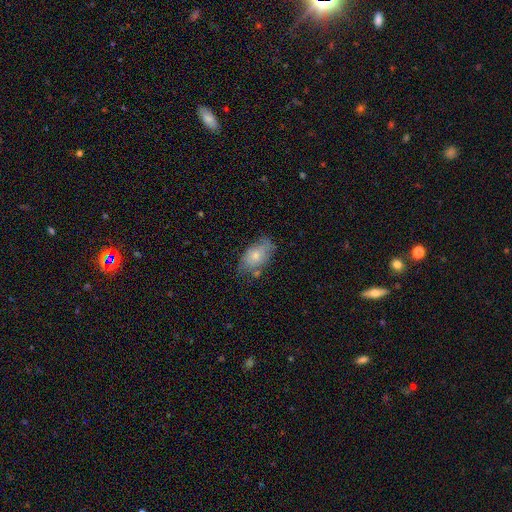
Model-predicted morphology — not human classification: Smooth or featured? Predicted: smooth (p=0.63). How rounded? Predicted: in between (p=0.90). Merging? Predicted: none (p=0.59).